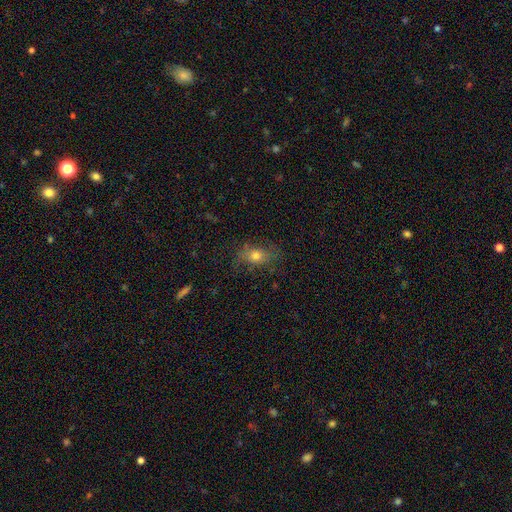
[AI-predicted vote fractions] Morphology: type=smooth (65%); roundness=in between (73%); merging=none (69%).